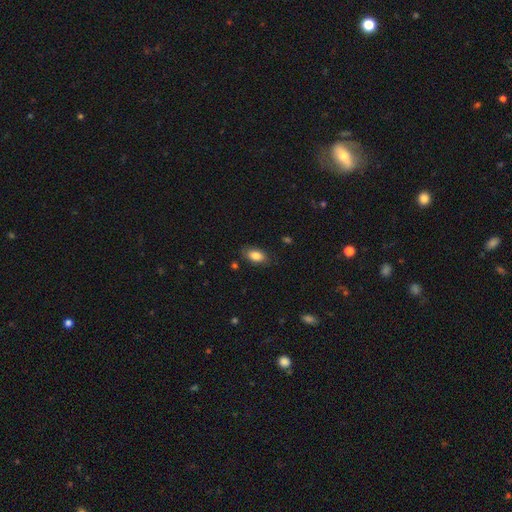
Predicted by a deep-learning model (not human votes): Smooth or featured? Predicted: smooth (p=0.84). How rounded? Predicted: in between (p=0.91). Merging? Predicted: none (p=0.81).